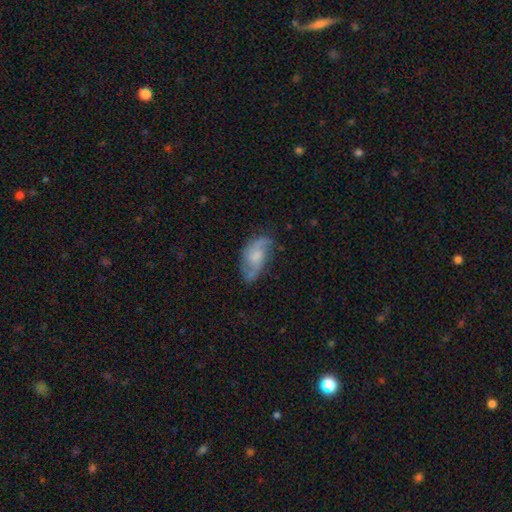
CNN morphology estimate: smooth_or_featured: featured or disk (p=0.67) [alt: smooth p=0.26]
disk_edge_on: no (p=0.95) [alt: yes p=0.05]
bar: no (p=0.58) [alt: weak p=0.36]
has_spiral_arms: yes (p=0.90) [alt: no p=0.10]
spiral_winding: loose (p=0.50) [alt: medium p=0.38]
spiral_arm_count: 2 (p=0.81) [alt: can't tell p=0.09]
bulge_size: moderate (p=0.36) [alt: small p=0.31]
merging: none (p=0.63) [alt: minor disturbance p=0.24]